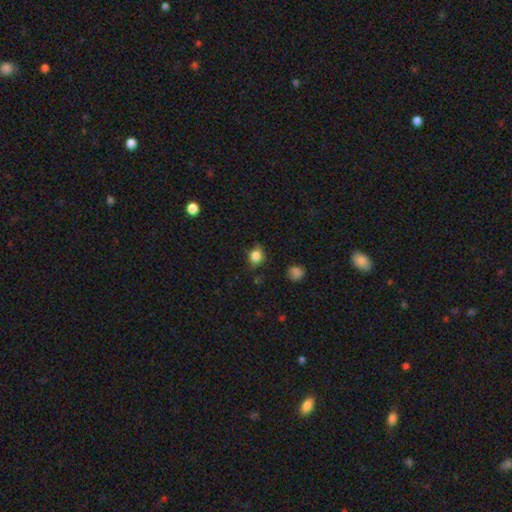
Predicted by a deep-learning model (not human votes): Q: Smooth or featured?
A: smooth (84%); runner-up: star or artifact (11%)
Q: How rounded?
A: in between (51%); runner-up: round (48%)
Q: Merging?
A: none (74%); runner-up: minor disturbance (20%)